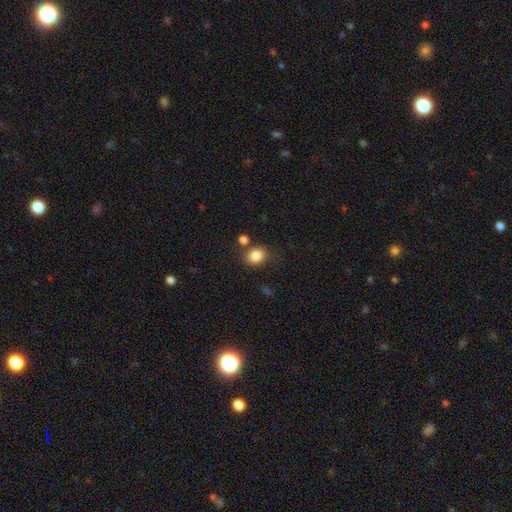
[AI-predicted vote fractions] smooth_or_featured: smooth (p=0.85) [alt: star or artifact p=0.10]
how_rounded: round (p=0.60) [alt: in between p=0.39]
merging: none (p=0.75) [alt: minor disturbance p=0.12]